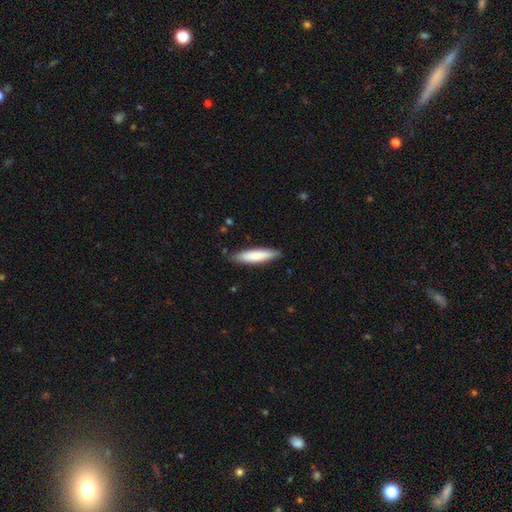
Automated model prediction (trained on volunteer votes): This appears to be a smooth galaxy with no disk features (80%) that is cigar-shaped (76%). Merging: none (85%).